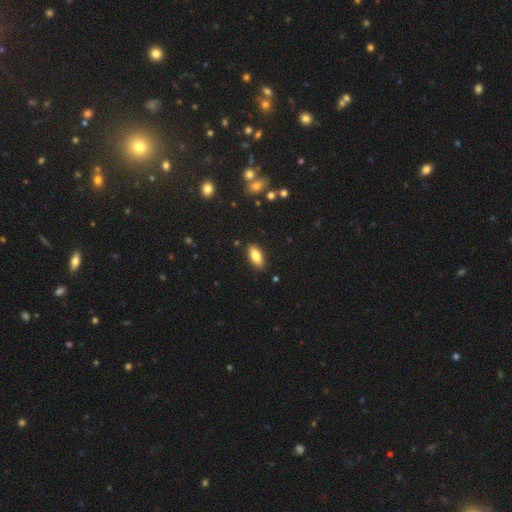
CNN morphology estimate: This is clearly a smooth galaxy (82%). How rounded: clearly in between (86%). Merging: clearly none (87%).